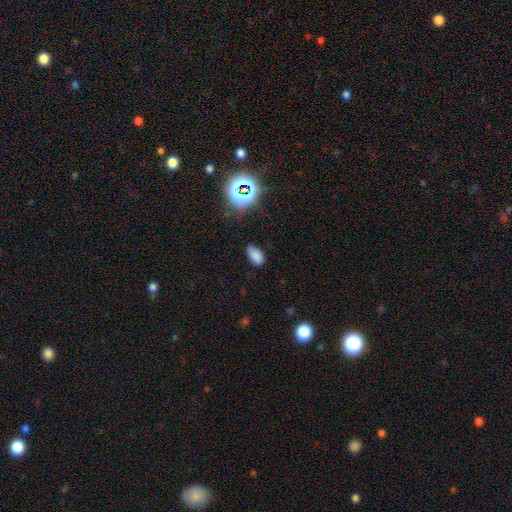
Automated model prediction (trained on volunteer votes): Q: Smooth or featured?
A: smooth (78%); runner-up: star or artifact (16%)
Q: How rounded?
A: in between (92%); runner-up: round (6%)
Q: Merging?
A: none (72%); runner-up: minor disturbance (21%)